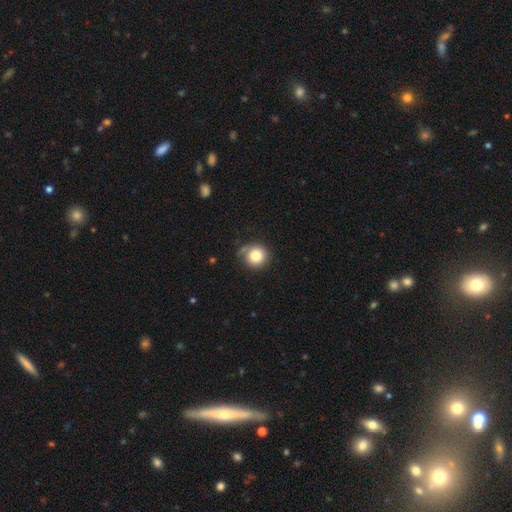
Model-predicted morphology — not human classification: The model was most divided on "merging": none: 70%, minor disturbance: 19%, major disturbance: 6%, merger: 4%. More confident: how rounded — round (92%); smooth or featured — smooth (81%).